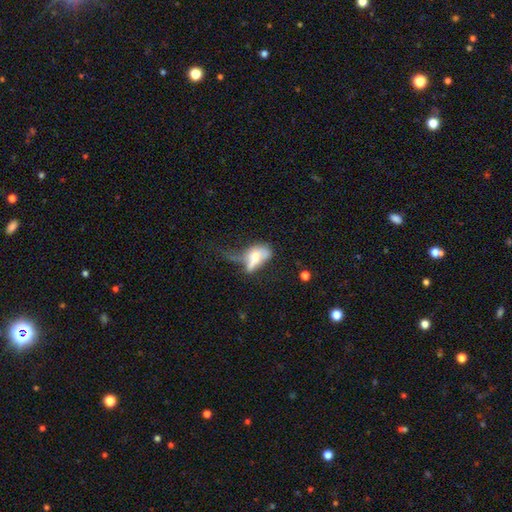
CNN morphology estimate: Q: Smooth or featured?
A: smooth (53%); runner-up: featured or disk (38%)
Q: How rounded?
A: in between (83%); runner-up: round (9%)
Q: Merging?
A: major disturbance (47%); runner-up: merger (19%)